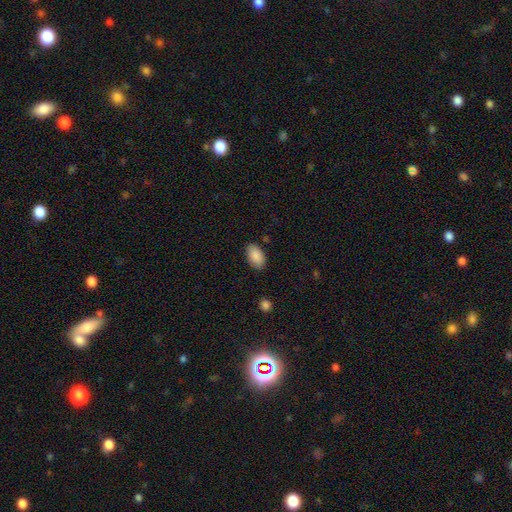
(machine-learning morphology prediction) Smooth or featured? smooth (89%)
How rounded? in between (94%)
Merging? none (85%)